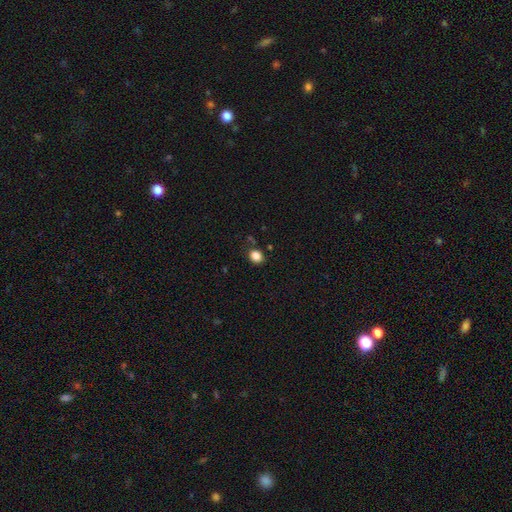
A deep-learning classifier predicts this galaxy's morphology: Smooth or featured? smooth (84%)
How rounded? round (67%)
Merging? none (82%)